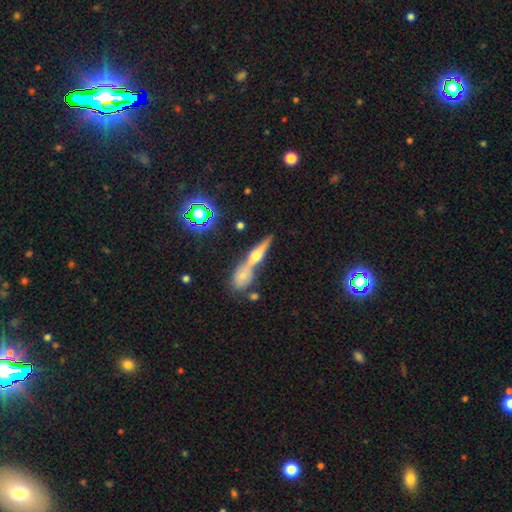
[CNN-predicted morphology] A featured or disk galaxy (62%) viewed edge-on (93%) with a rounded central bulge (92%).

Vote fractions:
- Smooth or featured? featured or disk: 62% / smooth: 27% / star or artifact: 11%
- Edge-on disk? yes: 93% / no: 7%
- Edge-on bulge? rounded: 92% / boxy: 5% / none: 3%
- Merging? none: 53% / merger: 36% / minor disturbance: 8% / major disturbance: 3%